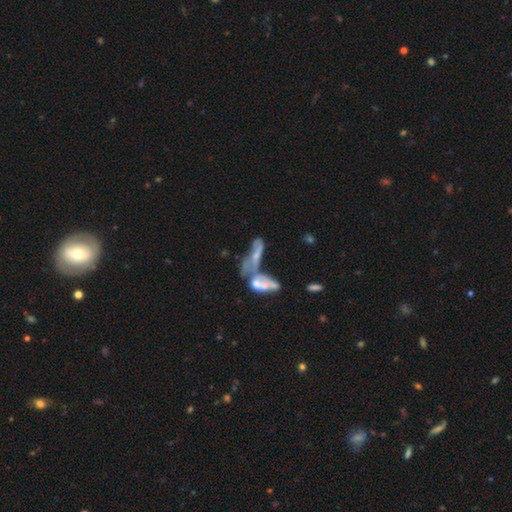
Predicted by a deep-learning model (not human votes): Overall: featured or disk (50%; smooth 38%). Edge-on disk: no (81%). Merging: merger (64%).